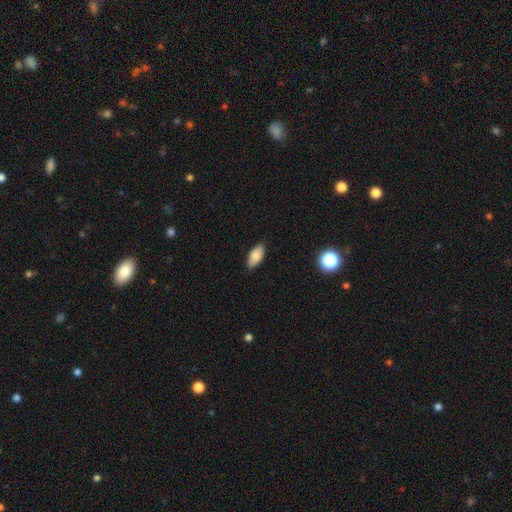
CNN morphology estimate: smooth 84%, featured or disk 8%, star or artifact 8%. Down the decision tree: how rounded — in between (91%); merging — none (86%).